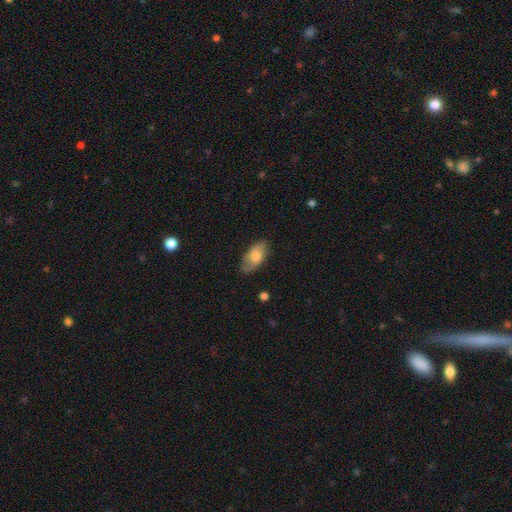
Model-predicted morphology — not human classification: Q: Smooth or featured?
A: smooth (72%); runner-up: featured or disk (21%)
Q: How rounded?
A: in between (91%); runner-up: cigar-shaped (6%)
Q: Merging?
A: none (76%); runner-up: minor disturbance (18%)